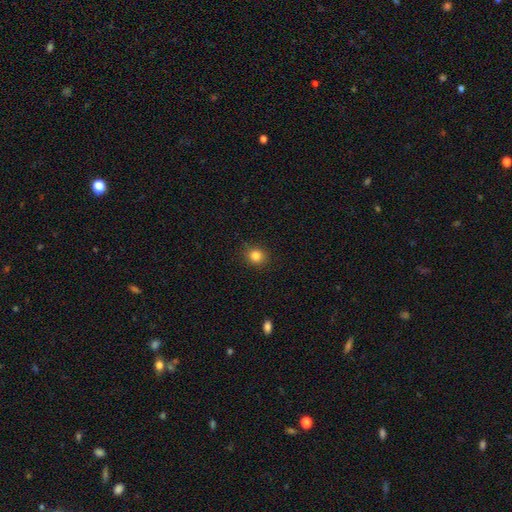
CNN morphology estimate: type=smooth (84%); roundness=round (85%); merging=none (88%).